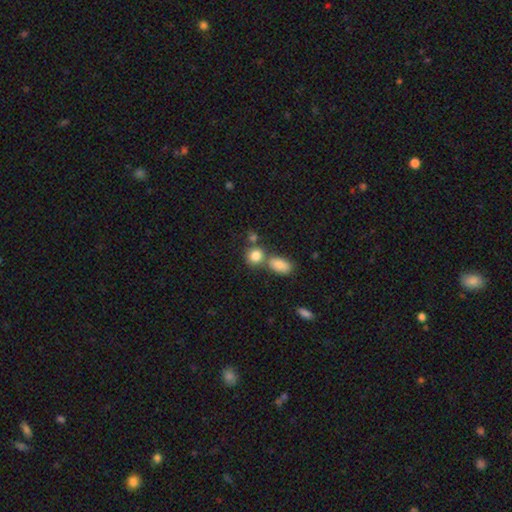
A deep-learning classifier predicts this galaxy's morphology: A smooth galaxy with no disk features (83%) that is round (68%). Merging: none (51%).